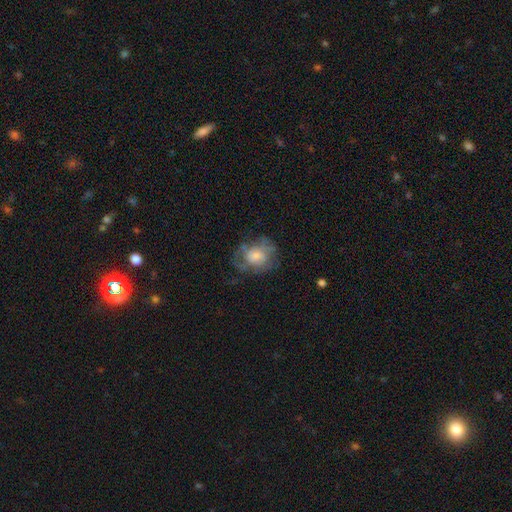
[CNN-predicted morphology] This appears to be a featured or disk galaxy (48%). Merging: none (50%).